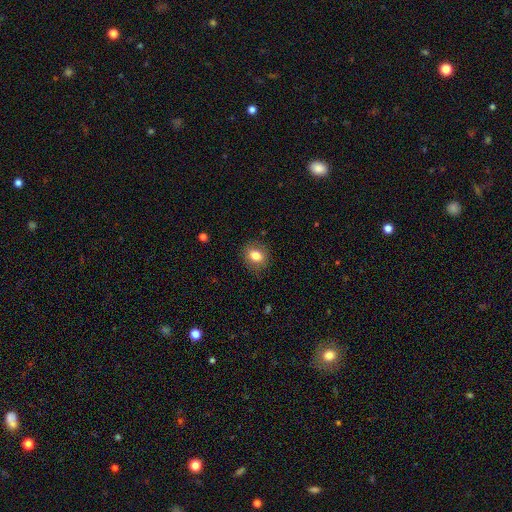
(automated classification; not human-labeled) Smooth or featured? smooth (80%)
How rounded? round (55%)
Merging? none (84%)